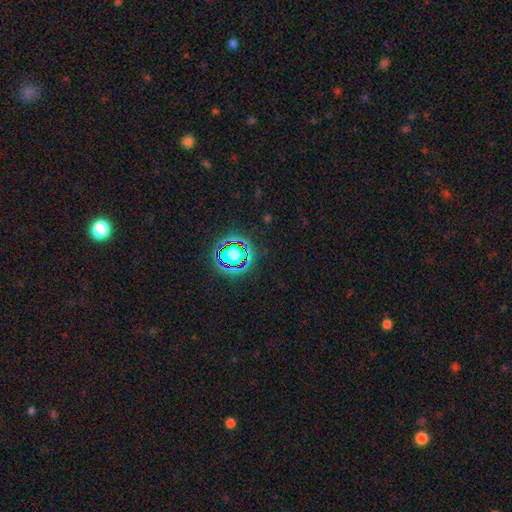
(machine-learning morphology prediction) Q: Smooth or featured?
A: star or artifact (78%); runner-up: smooth (15%)